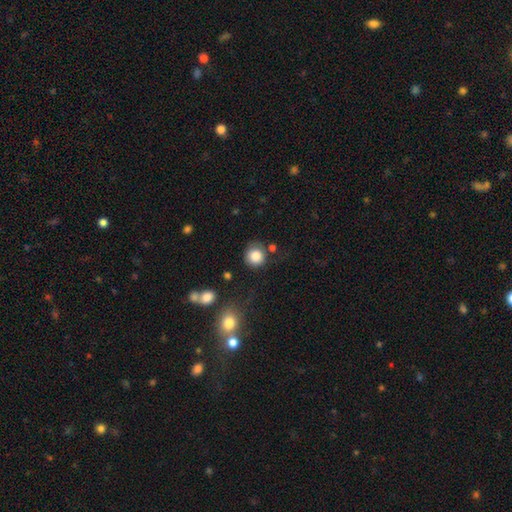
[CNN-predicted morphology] Smooth or featured? smooth (84%)
How rounded? round (90%)
Merging? none (73%)